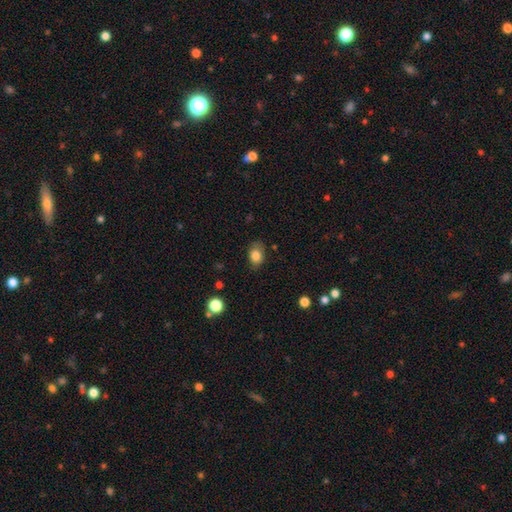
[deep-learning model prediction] Smooth or featured? Predicted: smooth (p=0.83). How rounded? Predicted: in between (p=0.73). Merging? Predicted: none (p=0.73).